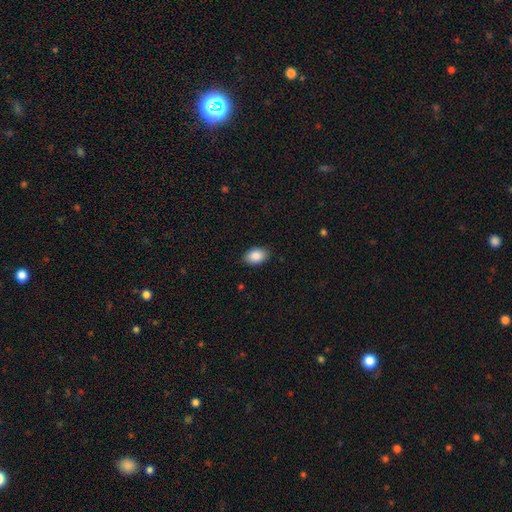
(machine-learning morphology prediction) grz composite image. It shows a smooth galaxy with no disk features (88%) that is in between round and cigar-shaped (89%). Merging: none (87%).